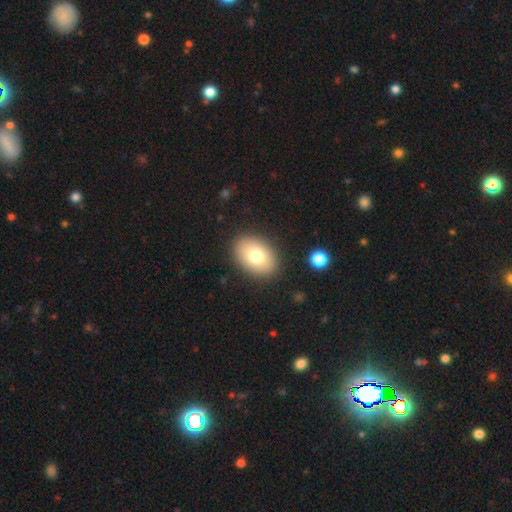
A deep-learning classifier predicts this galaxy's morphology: smooth 77%, featured or disk 14%, star or artifact 9%. Down the decision tree: how rounded — in between (81%); merging — none (88%).